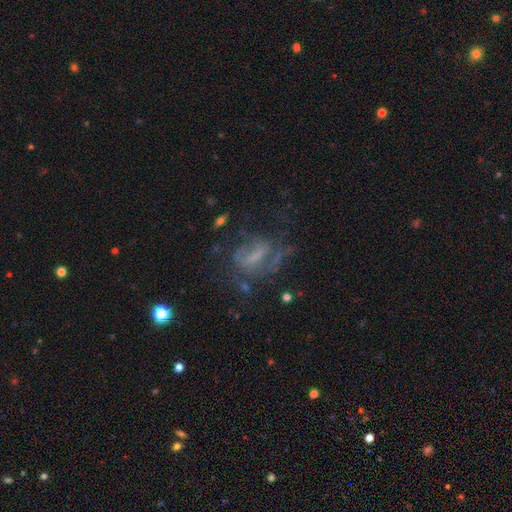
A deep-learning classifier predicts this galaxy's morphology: This is possibly a featured or disk galaxy (55%). It is clearly not viewed edge-on (93%). Bar: marginally no (42%). Spiral arm pattern: possibly yes (54%). Central bulge: marginally none (42%). Merging: possibly none (48%).